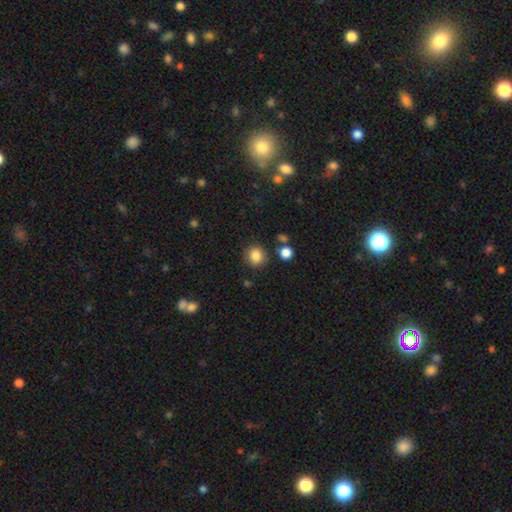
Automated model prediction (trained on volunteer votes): smooth 85%, star or artifact 10%, featured or disk 5%. Down the decision tree: how rounded — round (80%); merging — none (82%).